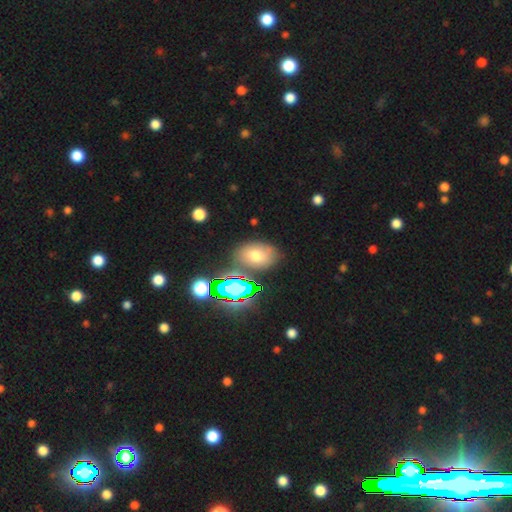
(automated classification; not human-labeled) A smooth galaxy with no disk features (61%) that is in between round and cigar-shaped (80%).

Vote fractions:
- Smooth or featured? smooth: 61% / star or artifact: 20% / featured or disk: 19%
- How rounded? in between: 80% / round: 19% / cigar-shaped: 1%
- Merging? none: 76% / minor disturbance: 14% / merger: 5% / major disturbance: 5%